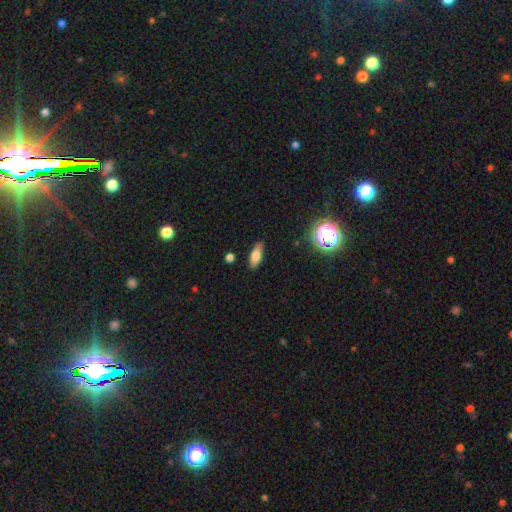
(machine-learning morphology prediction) The model was most divided on "how rounded": in between: 67%, cigar-shaped: 29%, round: 4%. More confident: merging — none (84%); smooth or featured — smooth (68%).